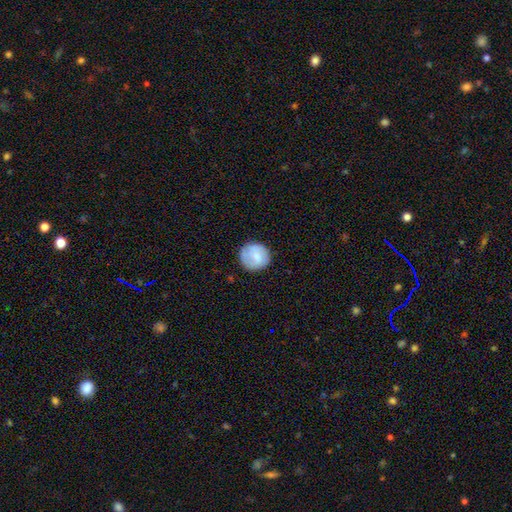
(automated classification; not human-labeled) A smooth galaxy with no disk features (73%) that is round (92%). Merging: none (83%).